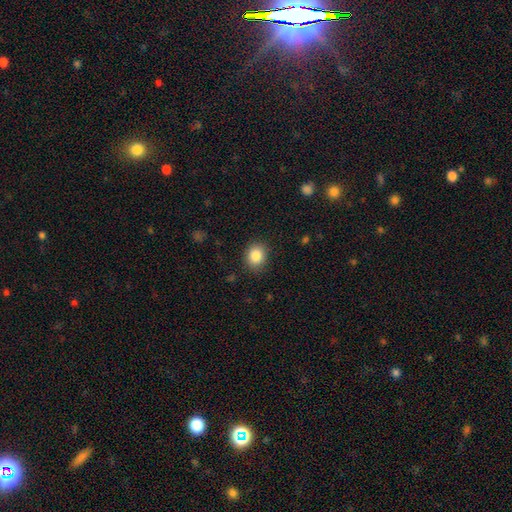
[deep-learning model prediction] Smooth or featured? smooth (86%)
How rounded? round (66%)
Merging? none (86%)